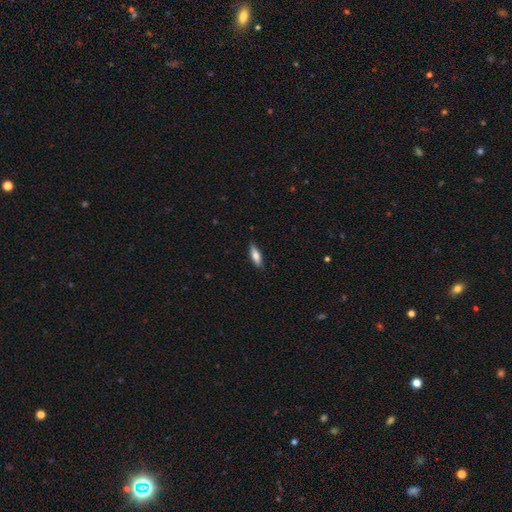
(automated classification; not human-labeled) smooth 74%, featured or disk 19%, star or artifact 6%. Down the decision tree: how rounded — in between (51%); merging — none (86%).